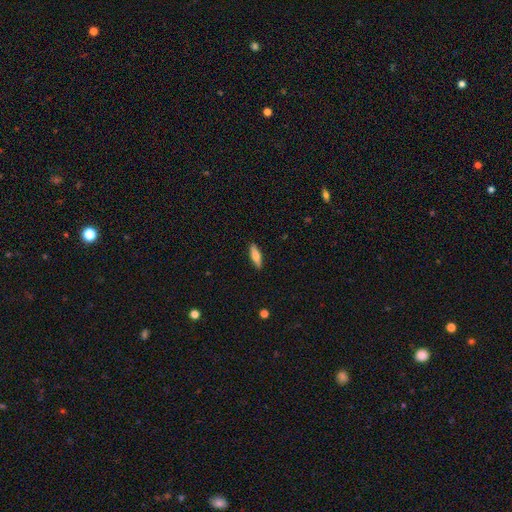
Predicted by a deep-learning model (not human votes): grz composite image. It shows a smooth galaxy with no disk features (66%) that is cigar-shaped (62%). Merging: none (90%).